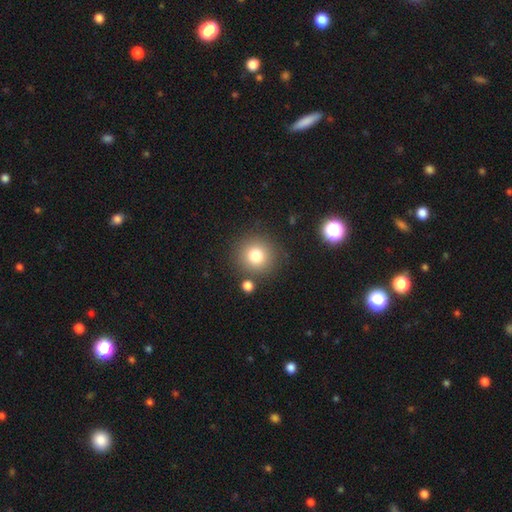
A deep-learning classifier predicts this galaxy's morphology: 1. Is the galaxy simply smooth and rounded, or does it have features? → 79% smooth, 12% star or artifact, 9% featured or disk.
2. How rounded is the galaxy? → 92% round, 7% in between, 1% cigar-shaped.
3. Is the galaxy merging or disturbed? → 82% none, 9% minor disturbance, 6% merger, 3% major disturbance.